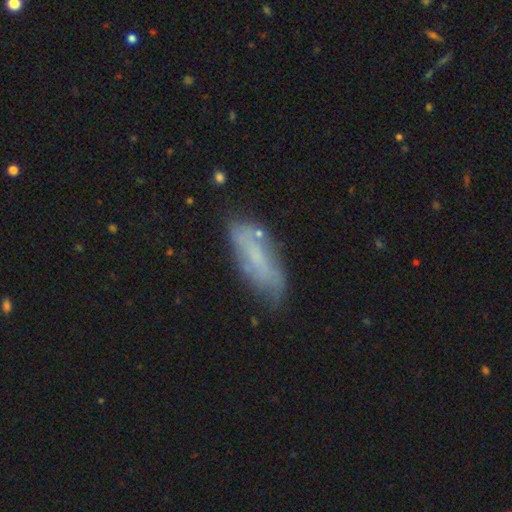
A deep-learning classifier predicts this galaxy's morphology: Overall: smooth (51%; featured or disk 41%). How rounded: in between (56%; cigar-shaped 42%). Merging: none (66%).